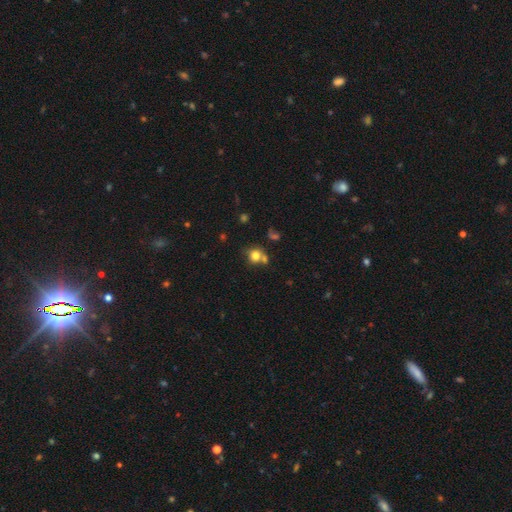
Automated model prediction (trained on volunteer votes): Smooth or featured: smooth — 77% (star or artifact — 13%)
How rounded: round — 80% (in between — 19%)
Merging: none — 53% (merger — 27%)